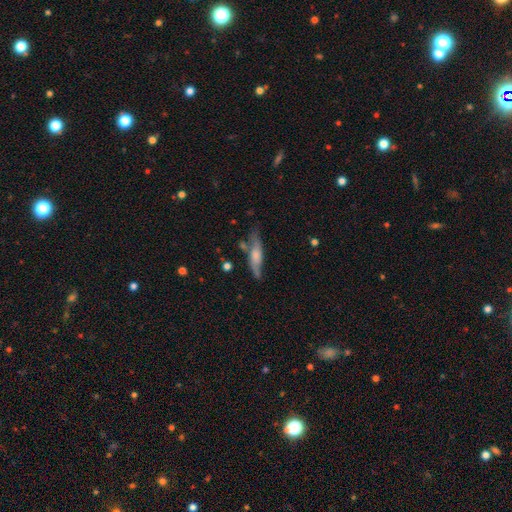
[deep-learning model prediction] Morphology: type=smooth (48%); merging=none (57%).